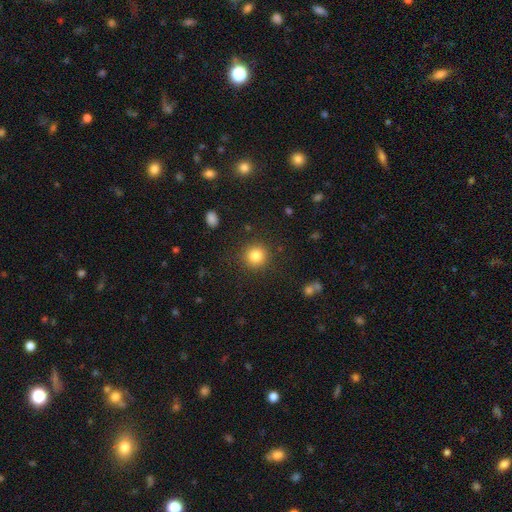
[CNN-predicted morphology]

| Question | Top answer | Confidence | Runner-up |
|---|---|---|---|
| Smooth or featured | smooth | 83% | star or artifact (11%) |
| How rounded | round | 94% | in between (5%) |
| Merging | none | 89% | minor disturbance (6%) |